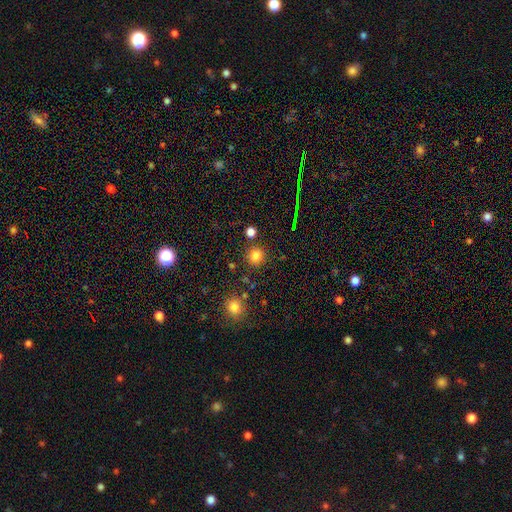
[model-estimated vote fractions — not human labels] The model was most divided on "smooth or featured": smooth: 80%, star or artifact: 14%, featured or disk: 6%. More confident: how rounded — round (92%); merging — none (85%).